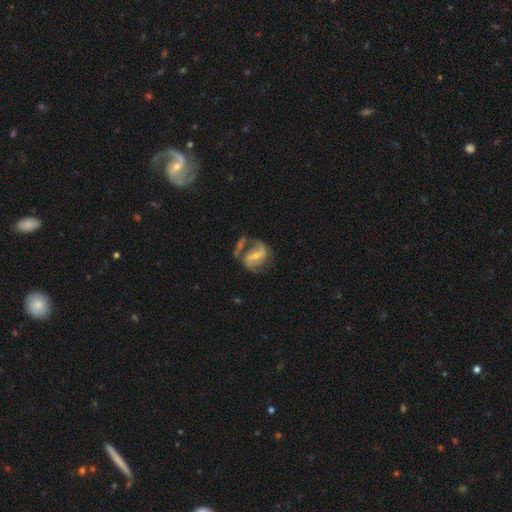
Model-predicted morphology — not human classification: Smooth or featured: featured or disk — 75% (smooth — 18%)
Edge-on disk: no — 96% (yes — 4%)
Bar: strong — 44% (weak — 40%)
Spiral arms: yes — 85% (no — 15%)
Spiral winding: medium — 47% (loose — 29%)
Spiral arm count: 2 — 72% (1 — 13%)
Bulge size: small — 48% (moderate — 39%)
Merging: none — 41% (merger — 21%)